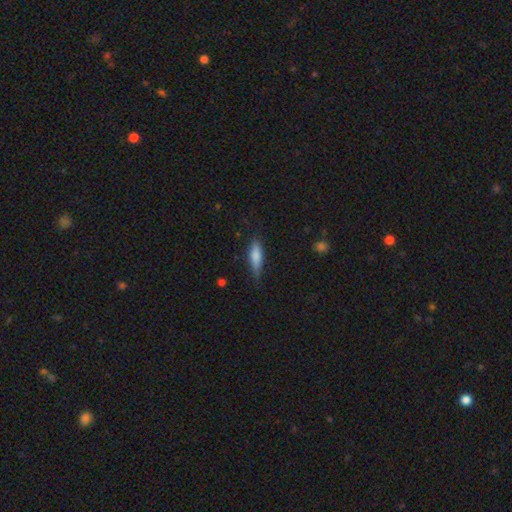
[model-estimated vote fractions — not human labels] Smooth or featured: smooth — 70% (featured or disk — 23%)
How rounded: cigar-shaped — 60% (in between — 37%)
Merging: none — 73% (minor disturbance — 21%)